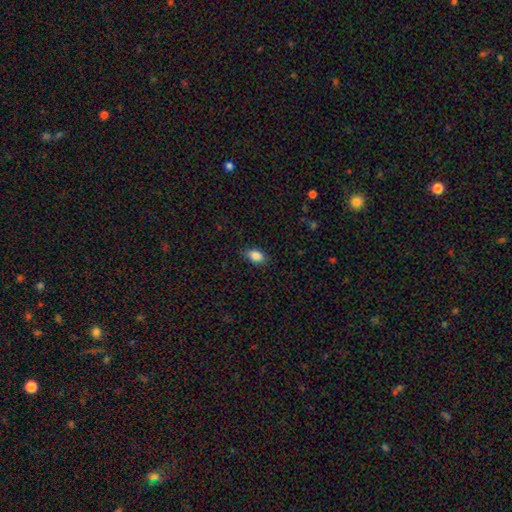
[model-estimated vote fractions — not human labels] The model was most divided on "merging": none: 84%, minor disturbance: 13%, major disturbance: 3%, merger: 1%. More confident: how rounded — in between (87%); smooth or featured — smooth (87%).